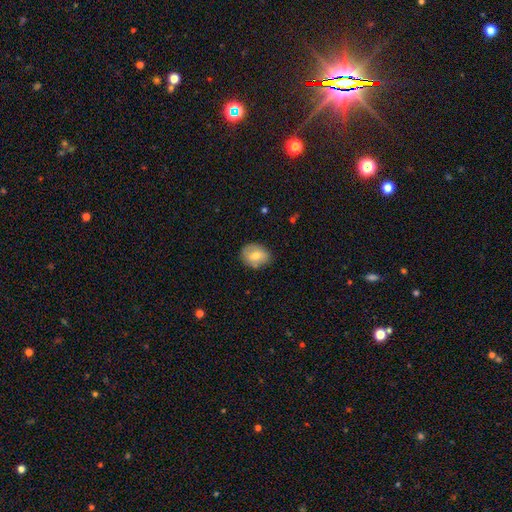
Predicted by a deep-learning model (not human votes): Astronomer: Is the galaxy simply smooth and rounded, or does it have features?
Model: smooth — 69%.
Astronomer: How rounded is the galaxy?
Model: in between — 57% (runner-up: round, 42%).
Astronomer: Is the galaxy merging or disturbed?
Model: none — 77%.